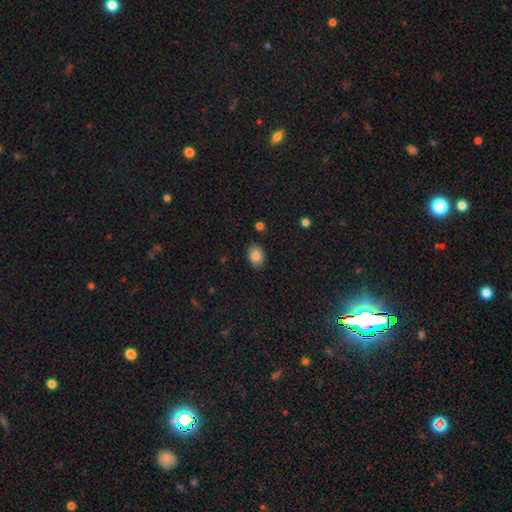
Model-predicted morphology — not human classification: Smooth or featured? smooth (84%)
How rounded? in between (77%)
Merging? none (86%)